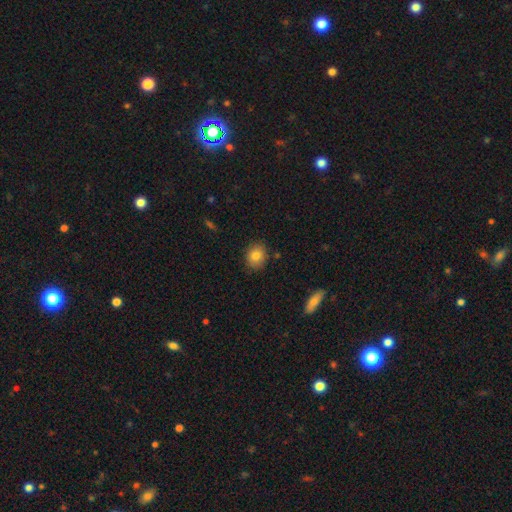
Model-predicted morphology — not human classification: Smooth or featured? Predicted: smooth (p=0.80). How rounded? Predicted: round (p=0.61). Merging? Predicted: none (p=0.87).